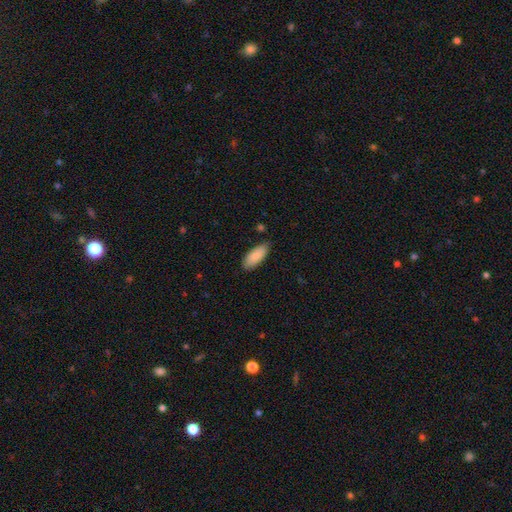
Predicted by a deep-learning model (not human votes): smooth 88%, featured or disk 6%, star or artifact 6%. Down the decision tree: how rounded — in between (83%); merging — none (82%).